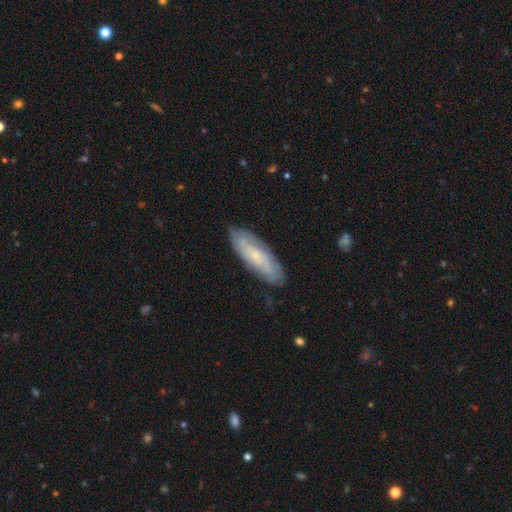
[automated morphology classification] This appears to be a smooth galaxy with no disk features (53%) that is cigar-shaped (56%). Merging: none (85%).